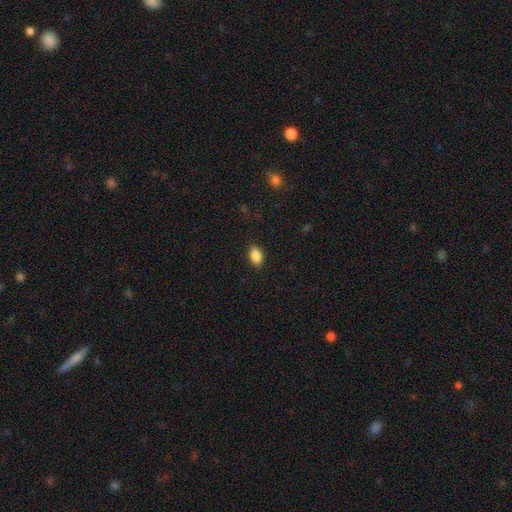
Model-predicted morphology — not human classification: Smooth or featured? Predicted: smooth (p=0.88). How rounded? Predicted: in between (p=0.91). Merging? Predicted: none (p=0.87).